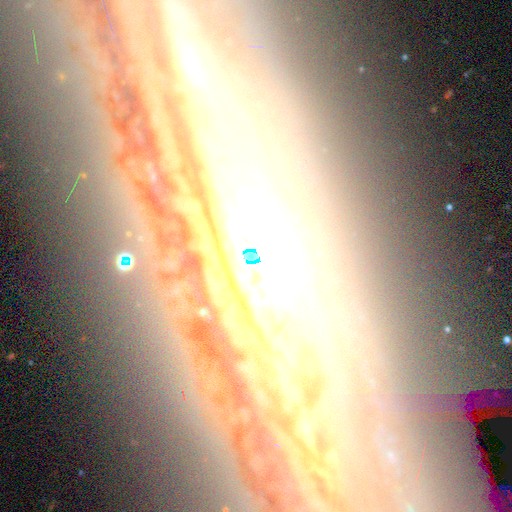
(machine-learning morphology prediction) Smooth or featured? Predicted: featured or disk (p=0.69). Edge-on disk? Predicted: yes (p=0.54). Merging? Predicted: none (p=0.78).